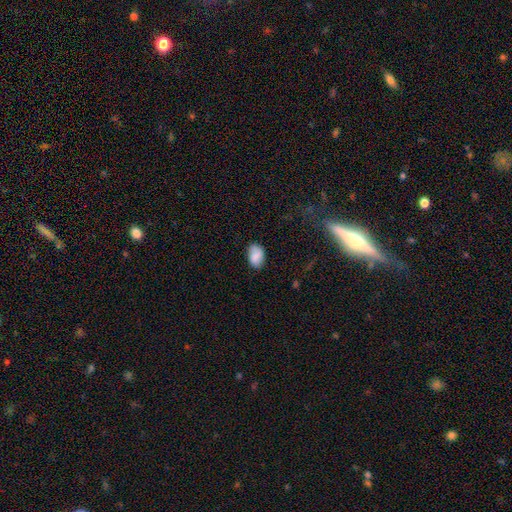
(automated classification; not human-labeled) A smooth galaxy with no disk features (83%) that is in between round and cigar-shaped (86%).

Vote fractions:
- Smooth or featured? smooth: 83% / featured or disk: 9% / star or artifact: 8%
- How rounded? in between: 86% / round: 13% / cigar-shaped: 1%
- Merging? none: 74% / minor disturbance: 20% / major disturbance: 4% / merger: 2%